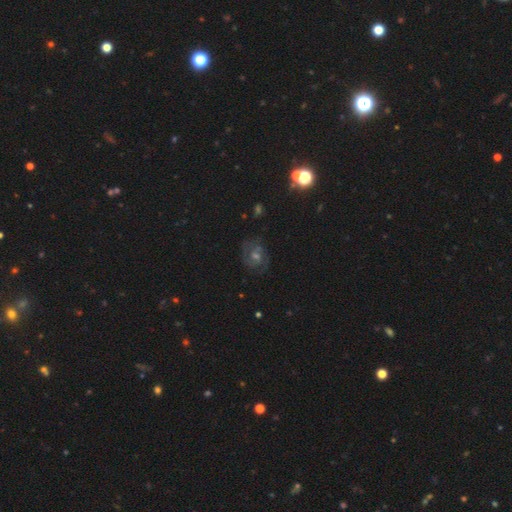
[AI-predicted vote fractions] Smooth or featured? Predicted: featured or disk (p=0.52). Edge-on disk? Predicted: no (p=0.96). Merging? Predicted: none (p=0.74).